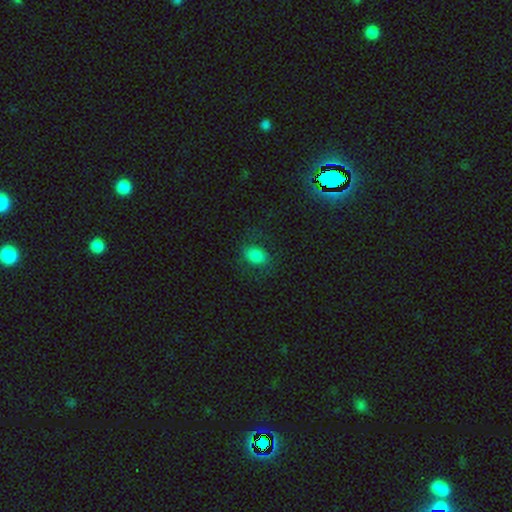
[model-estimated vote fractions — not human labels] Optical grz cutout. It shows a smooth galaxy with no disk features (78%) that is in between round and cigar-shaped (70%). Merging: none (70%).